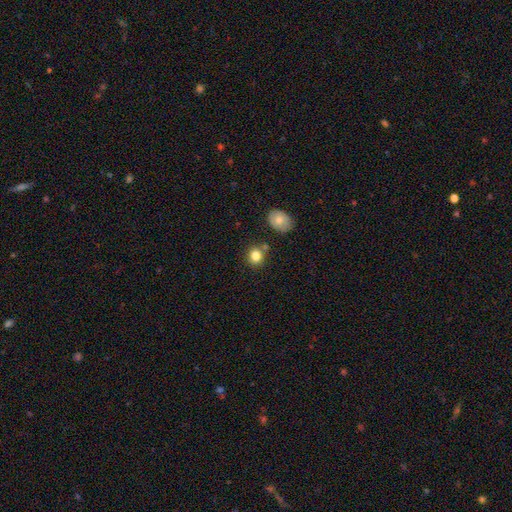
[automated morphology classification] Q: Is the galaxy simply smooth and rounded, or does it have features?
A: smooth — 82%.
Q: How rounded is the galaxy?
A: round — 73%.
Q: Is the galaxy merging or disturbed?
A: none — 76%.